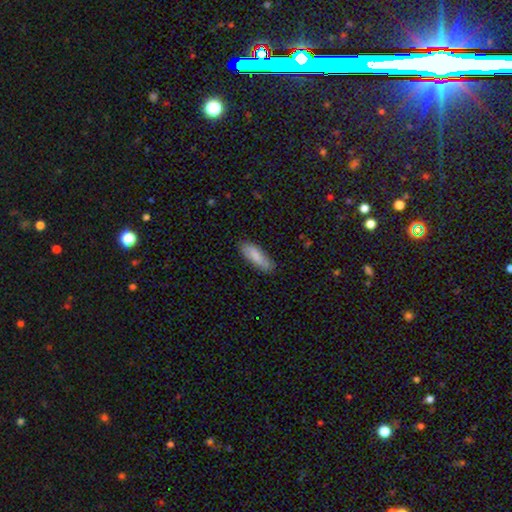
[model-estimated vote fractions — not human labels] This is clearly a smooth galaxy (83%). How rounded: possibly in between (57%). Merging: clearly none (80%).